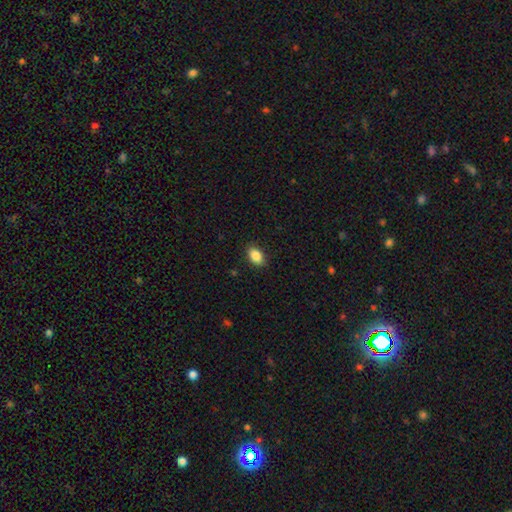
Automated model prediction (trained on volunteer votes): smooth 88%, star or artifact 8%, featured or disk 5%. Down the decision tree: how rounded — in between (89%); merging — none (89%).